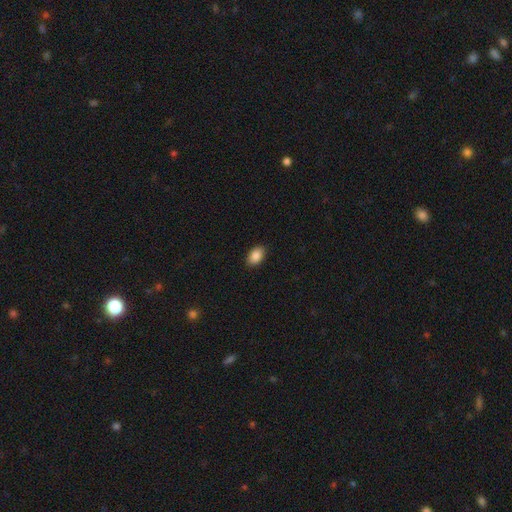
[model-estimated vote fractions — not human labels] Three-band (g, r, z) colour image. It shows a smooth galaxy with no disk features (88%) that is in between round and cigar-shaped (90%). Merging: none (89%).